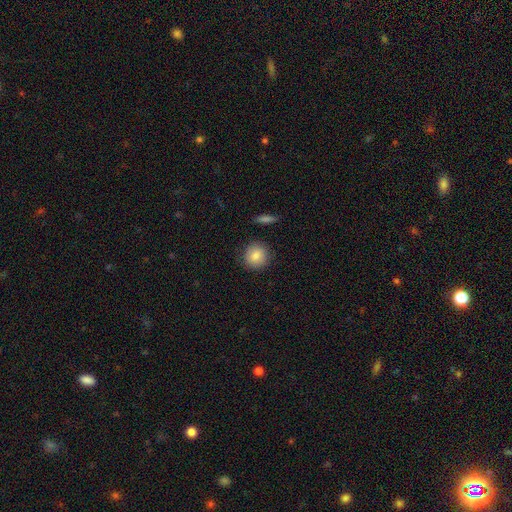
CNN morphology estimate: Overall: smooth (83%). How rounded: round (90%). Merging: none (88%).